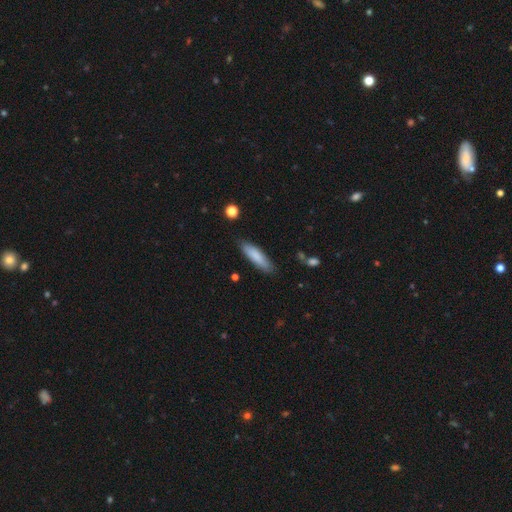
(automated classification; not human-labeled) A smooth galaxy with no disk features (83%) that is cigar-shaped (69%).

Vote fractions:
- Smooth or featured? smooth: 83% / featured or disk: 11% / star or artifact: 6%
- How rounded? cigar-shaped: 69% / in between: 30% / round: 1%
- Merging? none: 85% / minor disturbance: 12% / major disturbance: 2% / merger: 2%